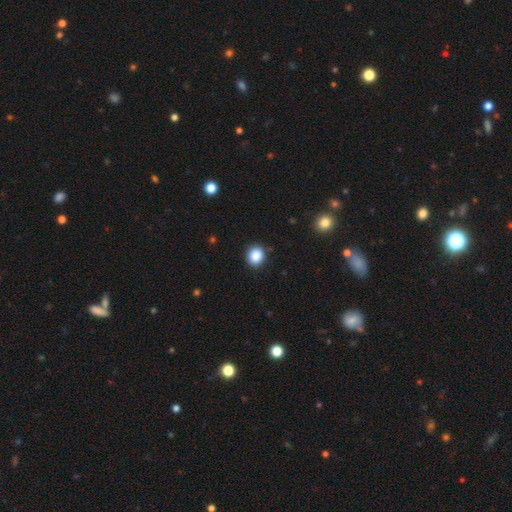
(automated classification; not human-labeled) Smooth or featured? Predicted: smooth (p=0.86). How rounded? Predicted: round (p=0.82). Merging? Predicted: none (p=0.90).